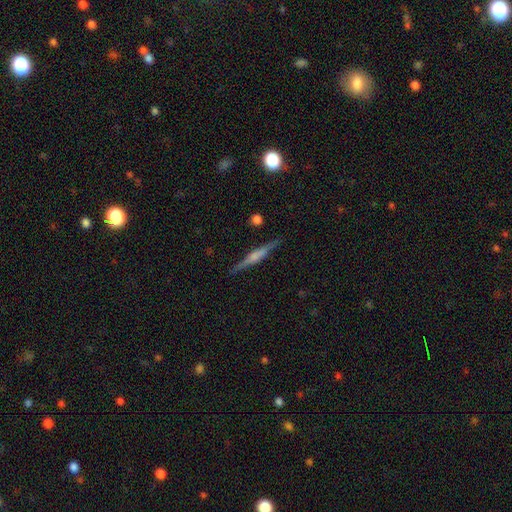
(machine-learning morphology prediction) Smooth or featured? Predicted: featured or disk (p=0.69). Edge-on disk? Predicted: yes (p=0.98). Edge-on bulge? Predicted: rounded (p=0.59). Merging? Predicted: none (p=0.89).